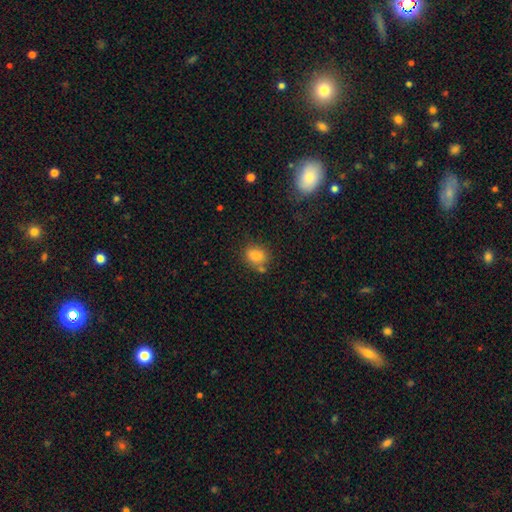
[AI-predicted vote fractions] Morphology: type=smooth (83%); roundness=in between (52%); merging=none (68%).